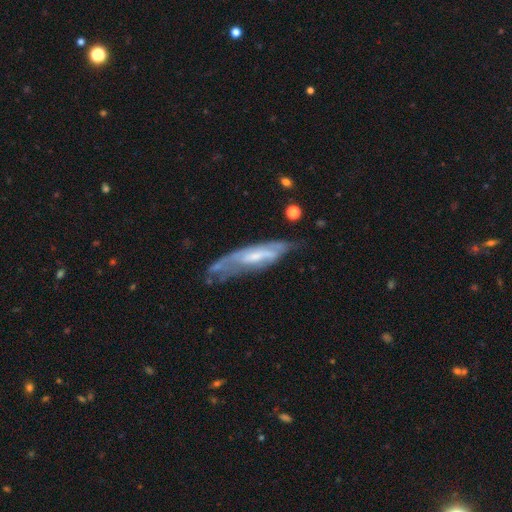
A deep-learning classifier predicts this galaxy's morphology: smooth_or_featured: featured or disk (p=0.68) [alt: smooth p=0.25]
disk_edge_on: no (p=0.62) [alt: yes p=0.38]
merging: none (p=0.48) [alt: minor disturbance p=0.29]